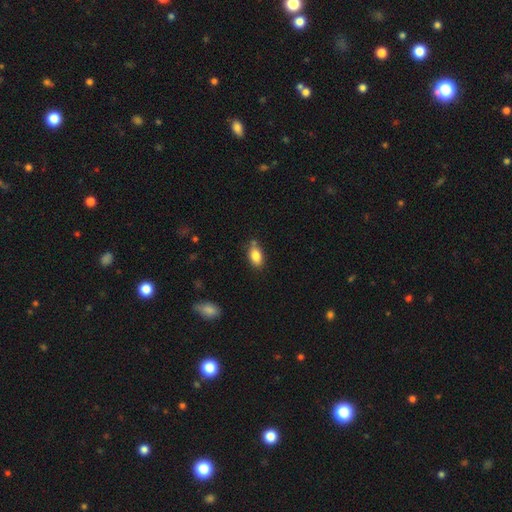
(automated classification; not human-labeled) smooth 85%, star or artifact 8%, featured or disk 7%. Down the decision tree: how rounded — in between (90%); merging — none (74%).